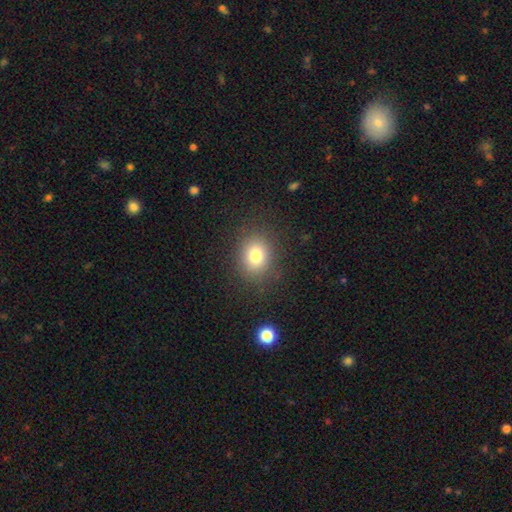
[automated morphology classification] Smooth or featured: smooth — 79% (star or artifact — 12%)
How rounded: round — 57% (in between — 42%)
Merging: none — 85% (minor disturbance — 9%)